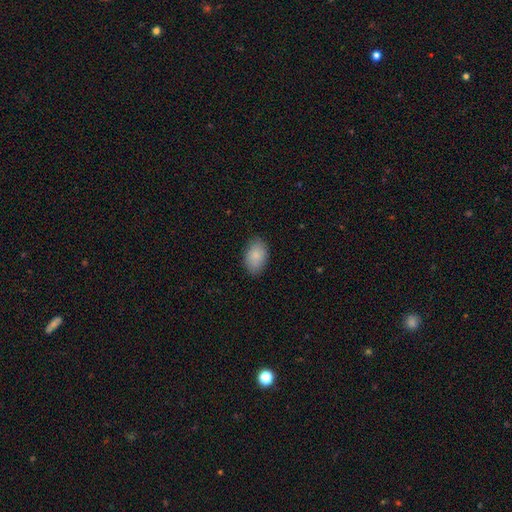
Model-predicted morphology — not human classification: smooth-or-featured: smooth: 88% | star or artifact: 7% | featured or disk: 6%
  how-rounded: in between: 90% | round: 9% | cigar-shaped: 1%
  merging: none: 86% | minor disturbance: 11% | major disturbance: 2% | merger: 1%